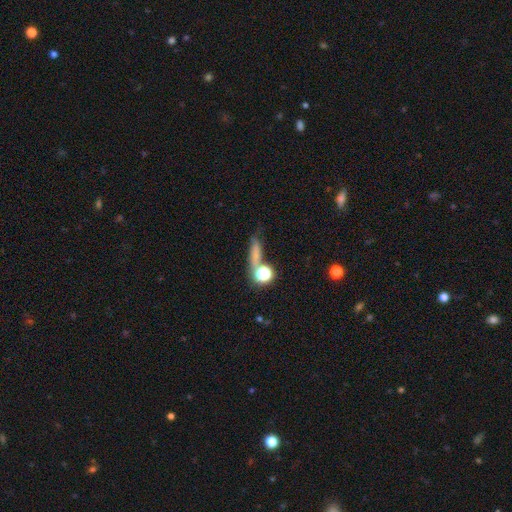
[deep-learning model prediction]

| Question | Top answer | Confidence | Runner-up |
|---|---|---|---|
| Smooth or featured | smooth | 59% | star or artifact (22%) |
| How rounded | cigar-shaped | 48% | round (27%) |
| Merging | none | 56% | minor disturbance (17%) |